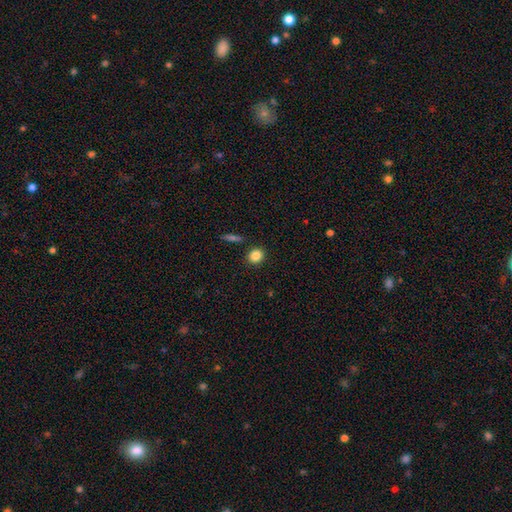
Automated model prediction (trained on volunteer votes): This is clearly a smooth galaxy (85%). How rounded: likely round (76%). Merging: clearly none (88%).